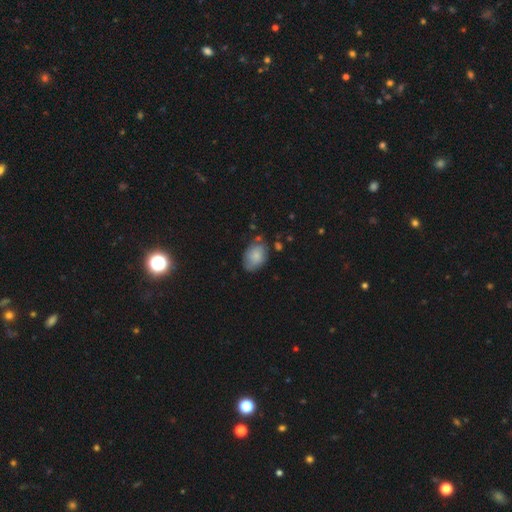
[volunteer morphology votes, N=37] Overall: smooth (86%). How rounded: in between (88%). Merging: none (61%; minor disturbance 36%).